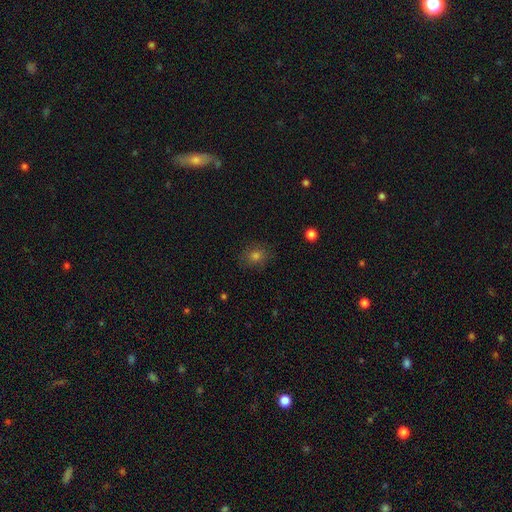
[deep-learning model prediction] smooth 71%, star or artifact 19%, featured or disk 10%. Down the decision tree: how rounded — round (63%); merging — none (83%).